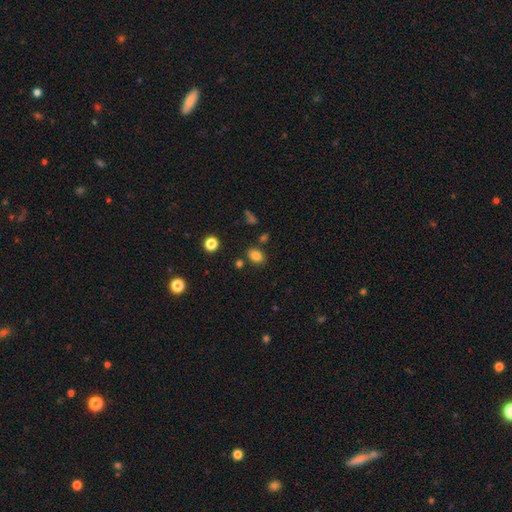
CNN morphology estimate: smooth 82%, star or artifact 12%, featured or disk 6%. Down the decision tree: how rounded — in between (71%); merging — none (79%).